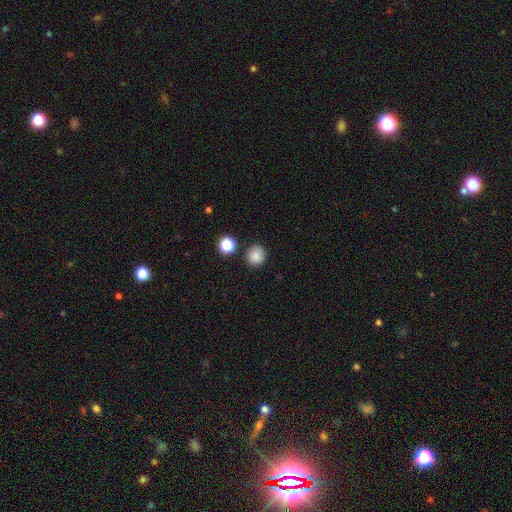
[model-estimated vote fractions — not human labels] This is clearly a smooth galaxy (85%). How rounded: clearly round (85%). Merging: clearly none (85%).